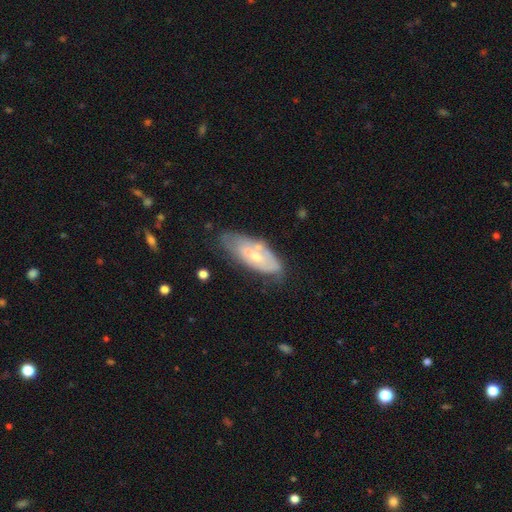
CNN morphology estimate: Overall: featured or disk (53%; smooth 40%). Edge-on disk: no (87%). Merging: none (47%; minor disturbance 28%).